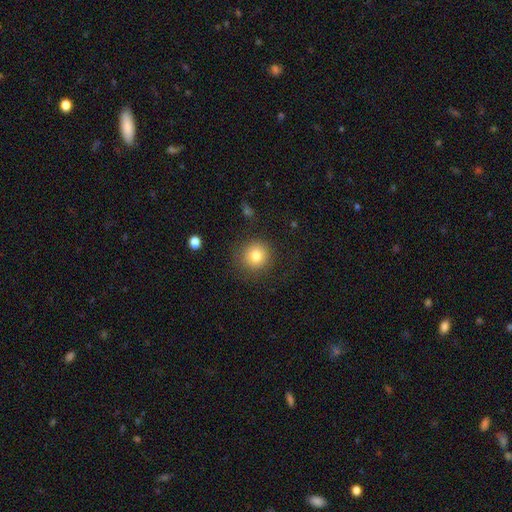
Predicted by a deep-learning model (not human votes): This is clearly a smooth galaxy (81%). How rounded: clearly round (91%). Merging: clearly none (85%).